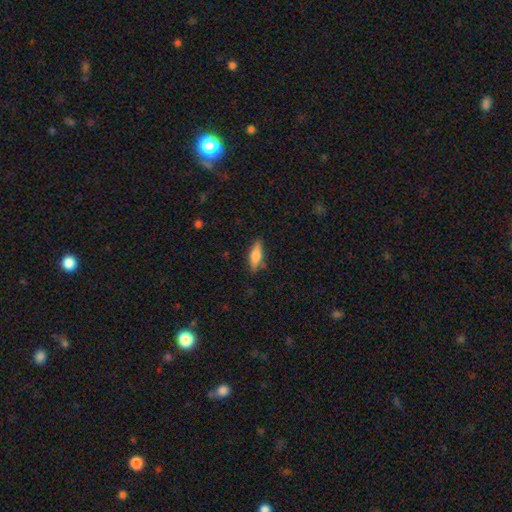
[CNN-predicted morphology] type=smooth (63%); roundness=in between (49%); merging=none (81%).